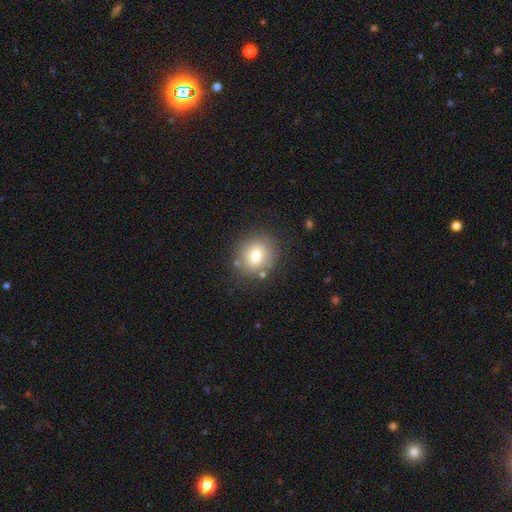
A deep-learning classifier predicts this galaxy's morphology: Smooth or featured: smooth — 75% (featured or disk — 14%)
How rounded: round — 79% (in between — 20%)
Merging: none — 80% (minor disturbance — 12%)